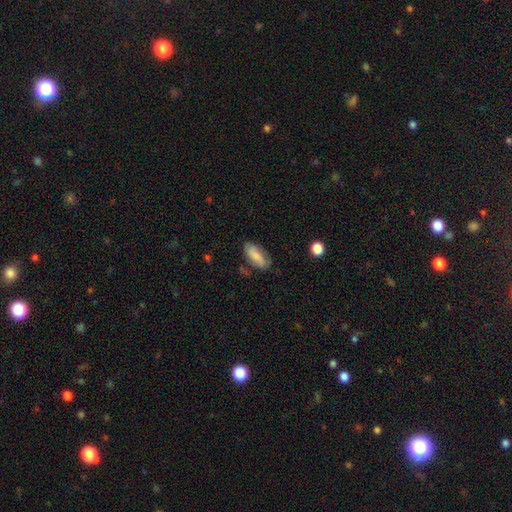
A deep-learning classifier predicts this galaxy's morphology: Smooth or featured?
  - smooth: 67% *
  - featured or disk: 26%
  - star or artifact: 7%
How rounded?
  - in between: 83% *
  - cigar-shaped: 15%
  - round: 3%
Merging?
  - none: 72% *
  - minor disturbance: 20%
  - major disturbance: 5%
  - merger: 3%